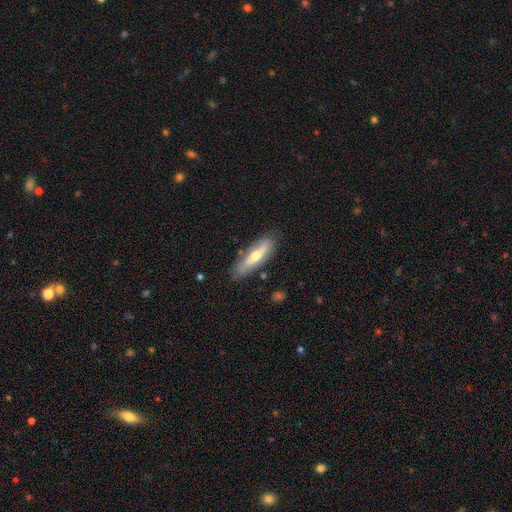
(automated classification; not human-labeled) A smooth galaxy with no disk features (49%). Merging: none (79%).